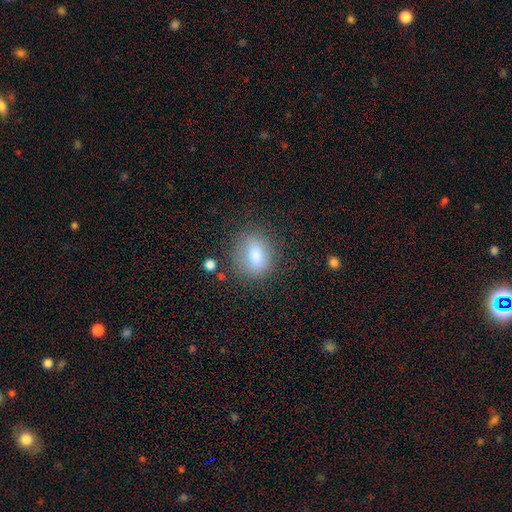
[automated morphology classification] smooth 75%, featured or disk 15%, star or artifact 10%. Down the decision tree: how rounded — in between (54%); merging — none (75%).